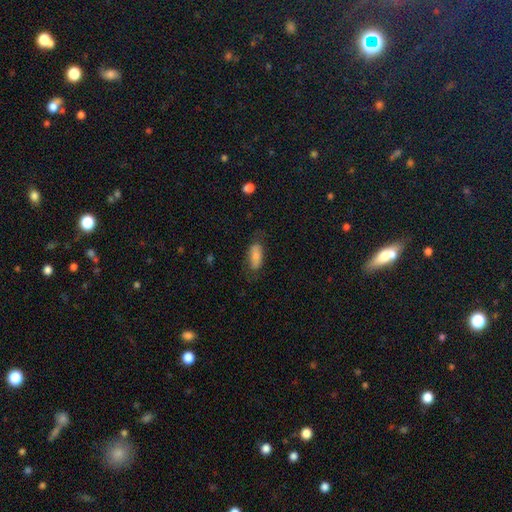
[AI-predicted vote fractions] smooth 77%, featured or disk 17%, star or artifact 7%. Down the decision tree: how rounded — in between (80%); merging — none (67%).